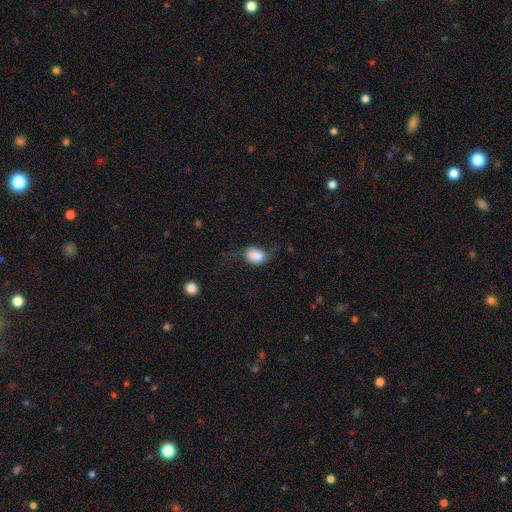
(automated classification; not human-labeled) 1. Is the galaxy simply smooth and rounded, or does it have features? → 73% smooth, 17% featured or disk, 10% star or artifact.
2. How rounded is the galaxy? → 69% in between, 30% round, 2% cigar-shaped.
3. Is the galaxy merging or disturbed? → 34% none, 30% minor disturbance, 28% major disturbance, 8% merger.